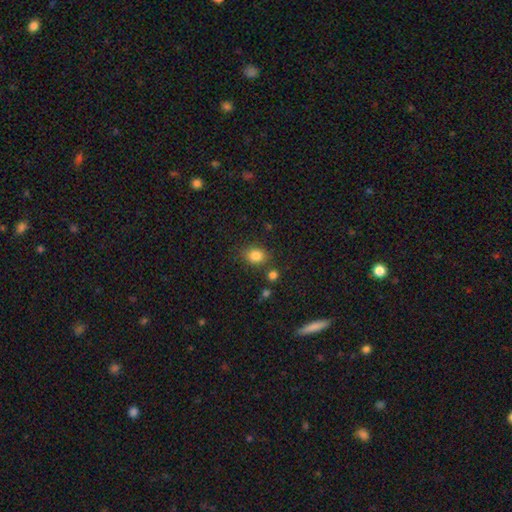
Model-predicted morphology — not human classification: smooth 83%, star or artifact 11%, featured or disk 6%. Down the decision tree: how rounded — in between (53%); merging — none (77%).